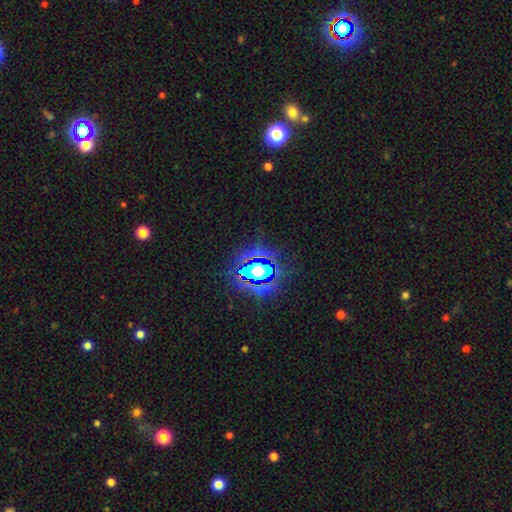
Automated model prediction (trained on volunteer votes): The model was most divided on "smooth or featured": star or artifact: 81%, smooth: 12%, featured or disk: 7%.